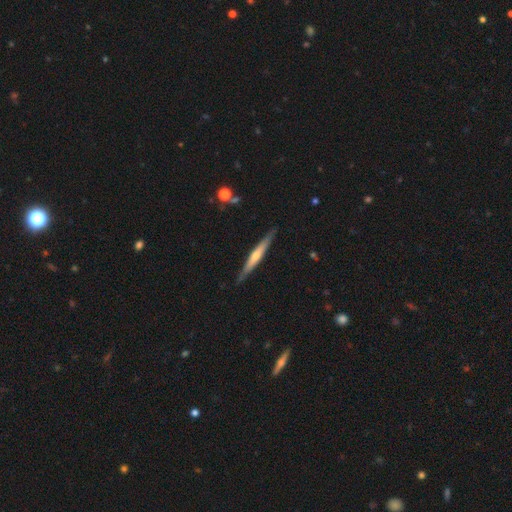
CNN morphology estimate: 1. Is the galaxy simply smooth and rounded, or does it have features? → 61% featured or disk, 34% smooth, 5% star or artifact.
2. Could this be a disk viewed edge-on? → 96% yes, 4% no.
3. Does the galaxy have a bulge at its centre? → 67% rounded, 26% none, 7% boxy.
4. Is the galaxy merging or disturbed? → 87% none, 10% minor disturbance, 2% major disturbance, 1% merger.